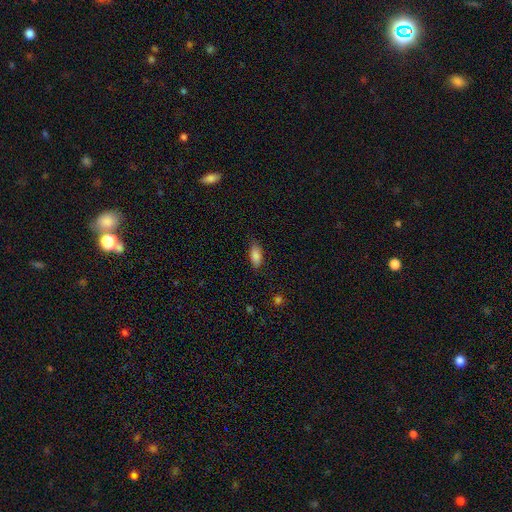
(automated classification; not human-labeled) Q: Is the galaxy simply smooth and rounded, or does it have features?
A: smooth — 84%.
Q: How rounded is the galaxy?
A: in between — 84%.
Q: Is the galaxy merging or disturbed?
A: none — 81%.